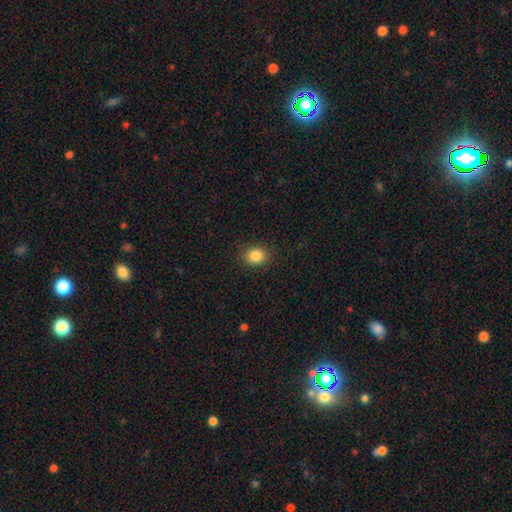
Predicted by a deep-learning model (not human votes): smooth_or_featured: smooth (p=0.85) [alt: star or artifact p=0.10]
how_rounded: round (p=0.64) [alt: in between p=0.35]
merging: none (p=0.87) [alt: minor disturbance p=0.09]